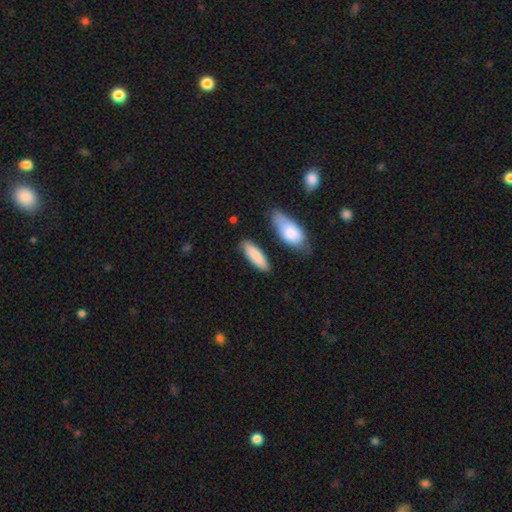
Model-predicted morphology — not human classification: Q: Smooth or featured?
A: smooth (86%); runner-up: featured or disk (9%)
Q: How rounded?
A: in between (50%); runner-up: cigar-shaped (48%)
Q: Merging?
A: none (81%); runner-up: minor disturbance (12%)